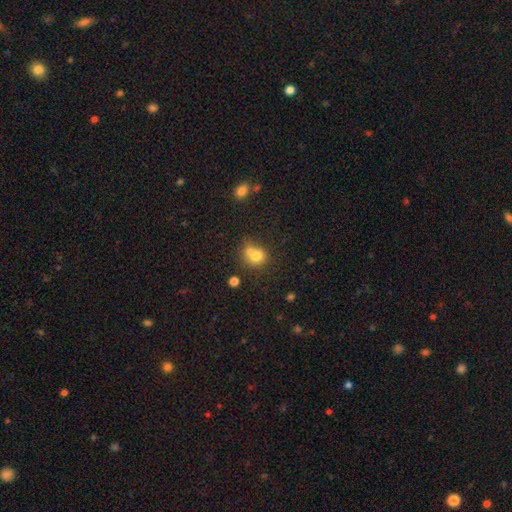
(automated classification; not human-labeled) smooth_or_featured: smooth (p=0.72) [alt: featured or disk p=0.16]
how_rounded: round (p=0.74) [alt: in between p=0.25]
merging: merger (p=0.55) [alt: none p=0.34]